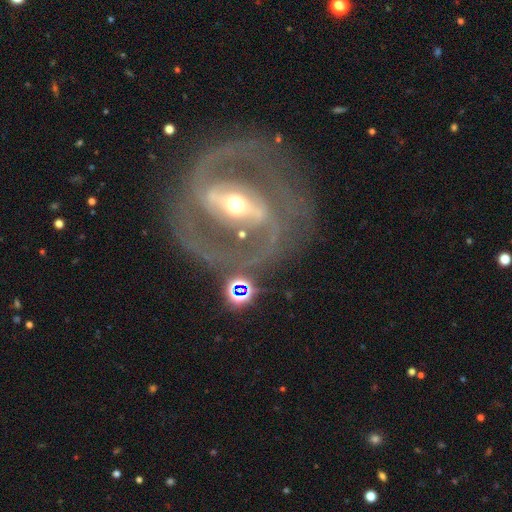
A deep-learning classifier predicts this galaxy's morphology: smooth-or-featured: featured or disk: 89% | star or artifact: 6% | smooth: 5%
  disk-edge-on: no: 95% | yes: 5%
    bar: strong: 68% | weak: 23% | no: 9%
    has-spiral-arms: yes: 92% | no: 8%
      spiral-winding: medium: 45% | tight: 44% | loose: 11%
      spiral-arm-count: 2: 82% | can't tell: 7% | 3: 5% | 1: 2% | 4: 2% | more than 4: 2%
    bulge-size: moderate: 49% | small: 44% | large: 4% | dominant: 1% | none: 1%
  merging: none: 73% | minor disturbance: 13% | major disturbance: 9% | merger: 5%